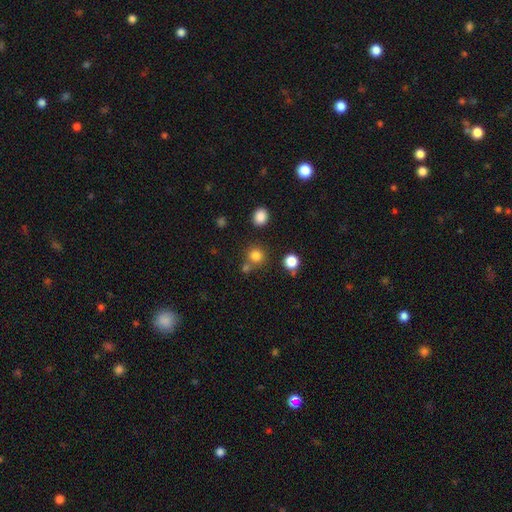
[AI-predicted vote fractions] Q: Smooth or featured?
A: smooth (79%); runner-up: star or artifact (15%)
Q: How rounded?
A: round (91%); runner-up: in between (8%)
Q: Merging?
A: none (71%); runner-up: merger (17%)